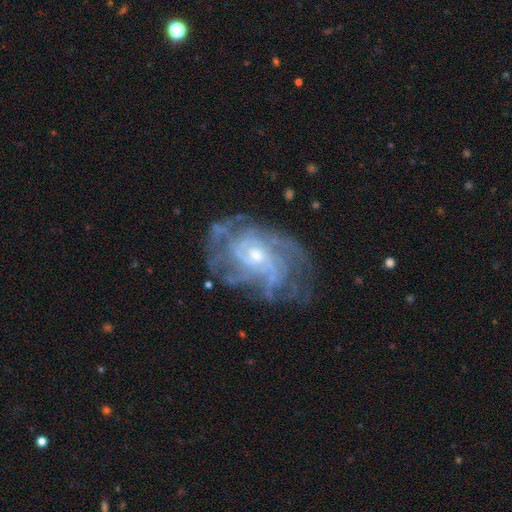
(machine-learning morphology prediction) Smooth or featured: featured or disk — 86% (star or artifact — 7%)
Edge-on disk: no — 97% (yes — 3%)
Bar: no — 67% (weak — 28%)
Spiral arms: yes — 92% (no — 8%)
Spiral winding: tight — 56% (medium — 34%)
Spiral arm count: can't tell — 40% (4 — 18%)
Bulge size: small — 48% (moderate — 47%)
Merging: none — 66% (minor disturbance — 19%)